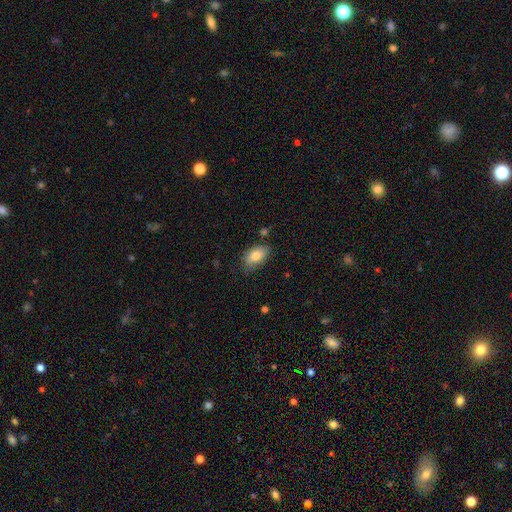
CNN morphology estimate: Q: Smooth or featured?
A: smooth (79%); runner-up: featured or disk (13%)
Q: How rounded?
A: in between (91%); runner-up: round (6%)
Q: Merging?
A: none (72%); runner-up: minor disturbance (21%)